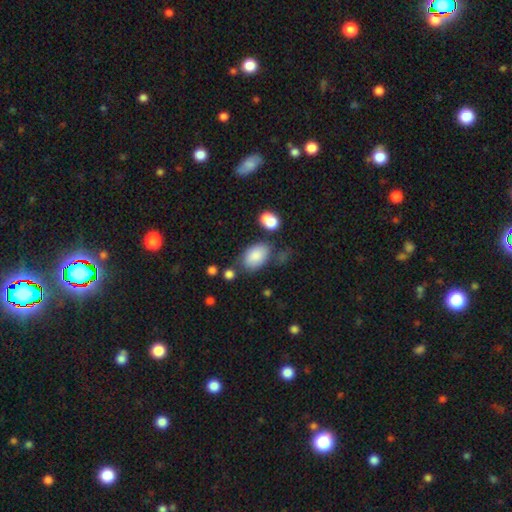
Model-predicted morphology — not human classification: Overall: smooth (85%). How rounded: in between (90%). Merging: none (64%).